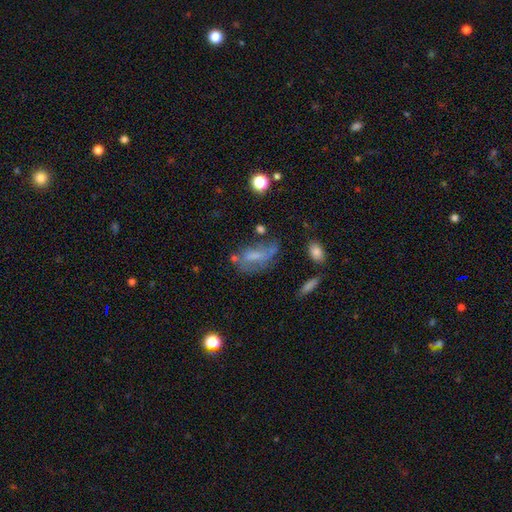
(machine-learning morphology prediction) The model was most divided on "smooth or featured": smooth: 45%, featured or disk: 42%, star or artifact: 13%. Remaining: merging — none (41%).